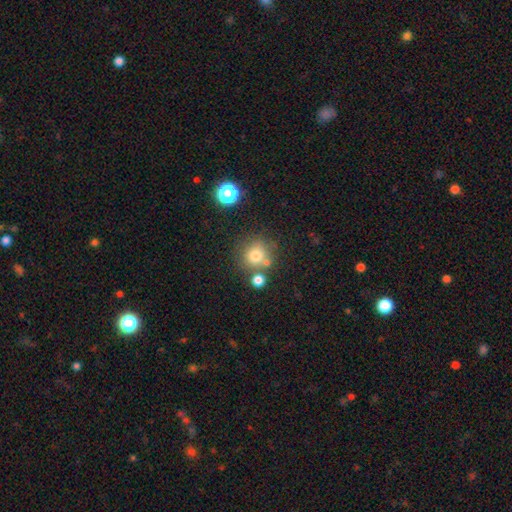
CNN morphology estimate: smooth_or_featured: smooth (p=0.75) [alt: star or artifact p=0.14]
how_rounded: round (p=0.89) [alt: in between p=0.10]
merging: none (p=0.68) [alt: merger p=0.17]